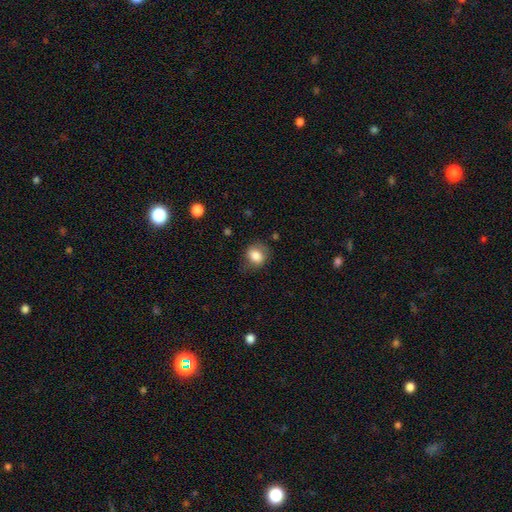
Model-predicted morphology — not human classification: smooth-or-featured: smooth: 80% | featured or disk: 11% | star or artifact: 9%
  how-rounded: round: 56% | in between: 43% | cigar-shaped: 1%
  merging: none: 68% | minor disturbance: 22% | major disturbance: 9% | merger: 1%